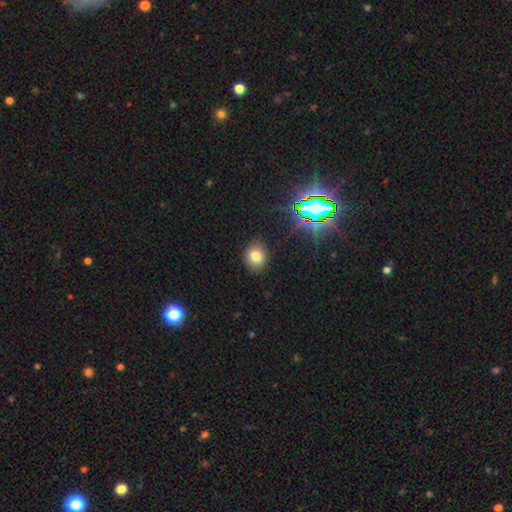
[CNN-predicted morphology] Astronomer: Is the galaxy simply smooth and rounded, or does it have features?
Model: smooth — 77%.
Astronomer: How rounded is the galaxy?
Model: round — 58% (runner-up: in between, 41%).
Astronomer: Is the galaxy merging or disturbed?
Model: none — 87%.